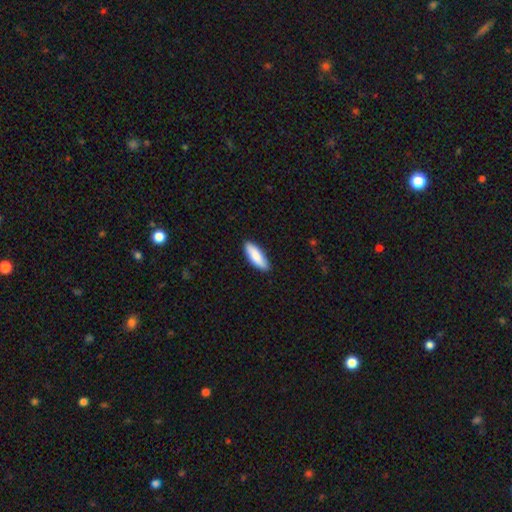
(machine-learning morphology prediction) Smooth or featured? Predicted: smooth (p=0.84). How rounded? Predicted: in between (p=0.57). Merging? Predicted: none (p=0.89).